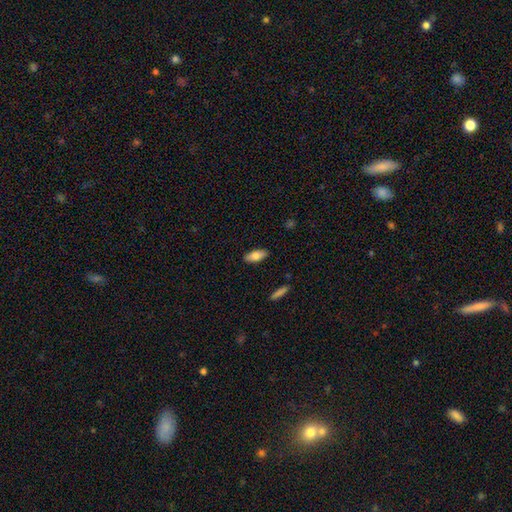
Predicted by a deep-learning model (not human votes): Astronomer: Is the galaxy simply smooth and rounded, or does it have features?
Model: smooth — 77%.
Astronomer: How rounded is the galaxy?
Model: in between — 80%.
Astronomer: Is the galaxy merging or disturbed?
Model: none — 89%.